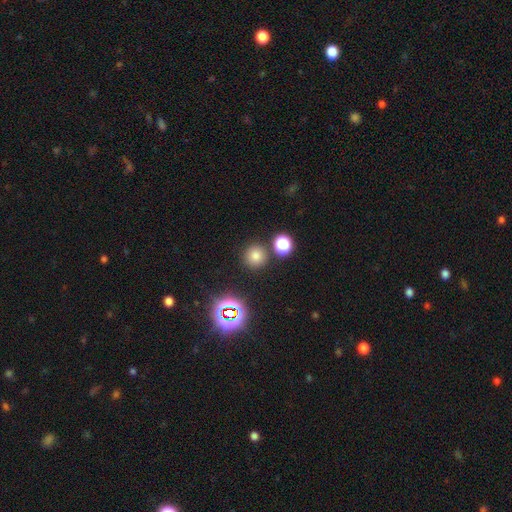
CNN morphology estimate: This is likely a smooth galaxy (73%). How rounded: clearly round (94%). Merging: clearly none (84%).